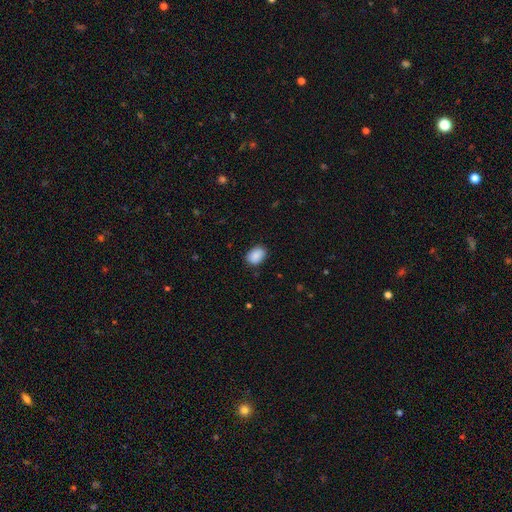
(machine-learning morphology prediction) Smooth or featured?
  - smooth: 89% *
  - star or artifact: 7%
  - featured or disk: 4%
How rounded?
  - in between: 74% *
  - round: 25%
  - cigar-shaped: 1%
Merging?
  - none: 83% *
  - minor disturbance: 13%
  - major disturbance: 3%
  - merger: 1%